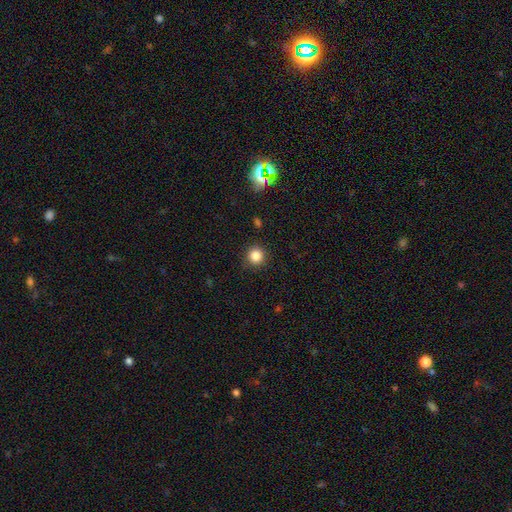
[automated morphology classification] A smooth galaxy with no disk features (84%) that is round (94%). Merging: none (91%).